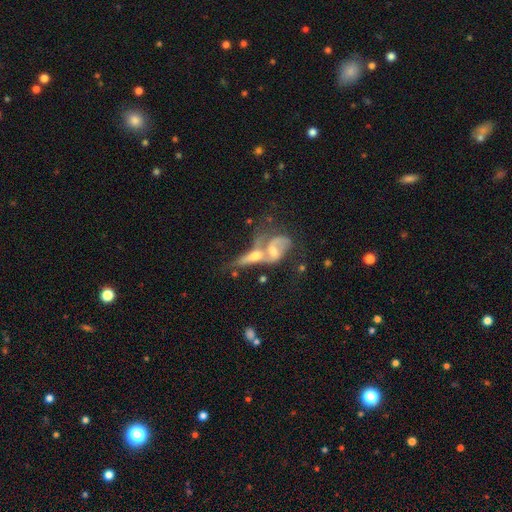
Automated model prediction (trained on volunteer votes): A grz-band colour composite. It shows a featured or disk galaxy (70%). Merging: merger (62%).